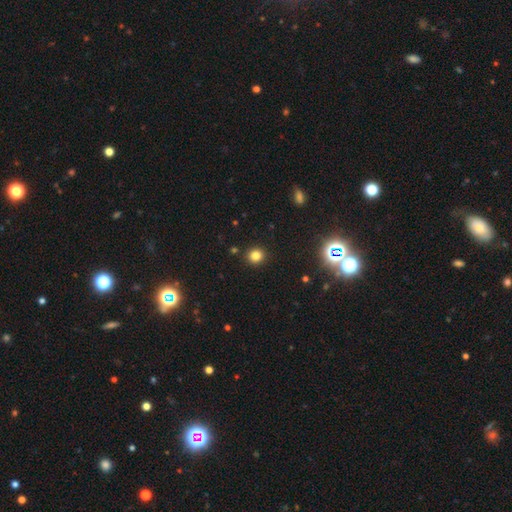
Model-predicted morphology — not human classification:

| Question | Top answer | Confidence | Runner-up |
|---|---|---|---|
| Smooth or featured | smooth | 80% | star or artifact (15%) |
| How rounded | round | 87% | in between (12%) |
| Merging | none | 91% | minor disturbance (5%) |